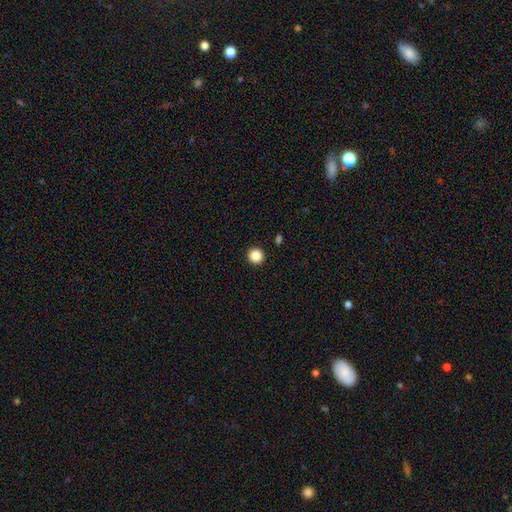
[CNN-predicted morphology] Q: Smooth or featured?
A: smooth (87%); runner-up: star or artifact (10%)
Q: How rounded?
A: round (96%); runner-up: in between (3%)
Q: Merging?
A: none (93%); runner-up: minor disturbance (4%)